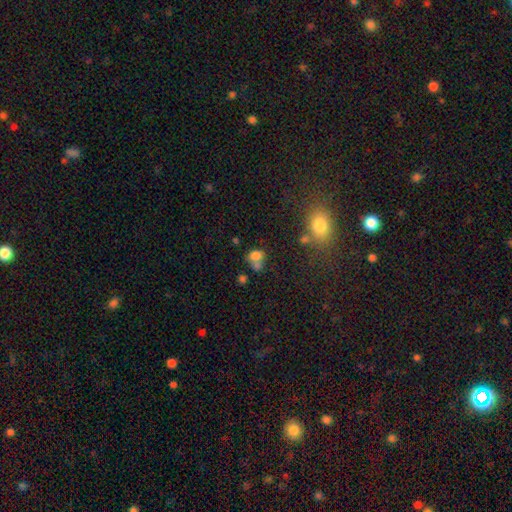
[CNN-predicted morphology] This is likely a smooth galaxy (75%). How rounded: possibly in between (55%). Merging: marginally merger (41%).